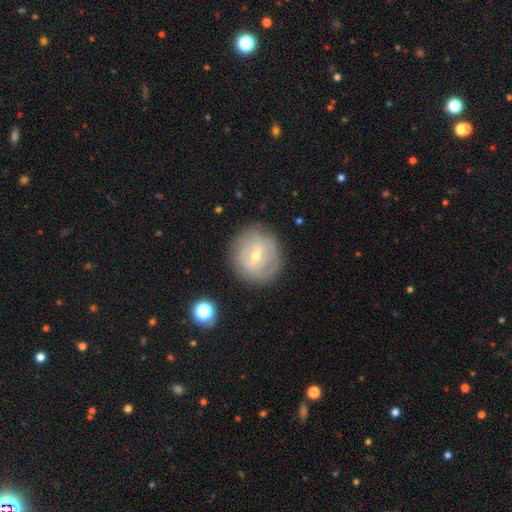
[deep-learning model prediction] Smooth or featured? Predicted: featured or disk (p=0.64). Edge-on disk? Predicted: no (p=0.96). Bar? Predicted: weak (p=0.55). Spiral arms? Predicted: yes (p=0.65). Bulge size? Predicted: small (p=0.51). Merging? Predicted: none (p=0.82).